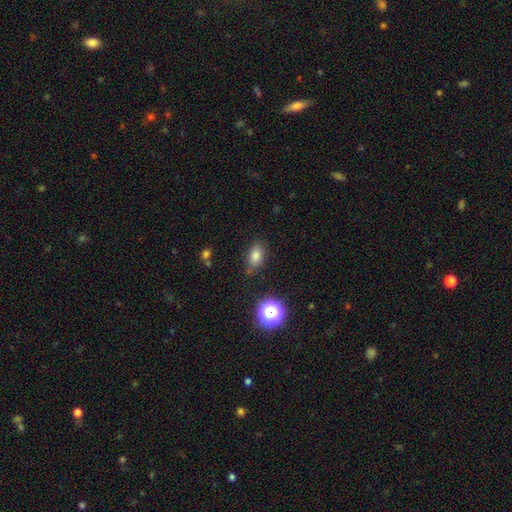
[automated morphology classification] smooth_or_featured: smooth (p=0.77) [alt: star or artifact p=0.15]
how_rounded: in between (p=0.81) [alt: round p=0.16]
merging: none (p=0.78) [alt: minor disturbance p=0.15]